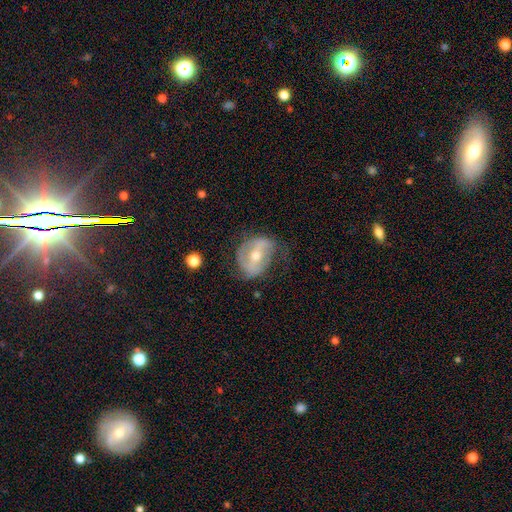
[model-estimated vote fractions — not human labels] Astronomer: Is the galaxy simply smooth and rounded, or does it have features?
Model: featured or disk — 73%.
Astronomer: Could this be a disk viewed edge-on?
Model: no — 96%.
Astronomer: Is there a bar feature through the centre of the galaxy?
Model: strong — 40% (runner-up: weak, 37%).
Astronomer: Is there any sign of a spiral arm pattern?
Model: yes — 79%.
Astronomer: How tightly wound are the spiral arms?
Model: medium — 41% (runner-up: loose, 30%).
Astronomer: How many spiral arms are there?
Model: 2 — 70%.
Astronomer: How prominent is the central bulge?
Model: moderate — 62%.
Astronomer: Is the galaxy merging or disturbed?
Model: none — 53% (runner-up: minor disturbance, 28%).